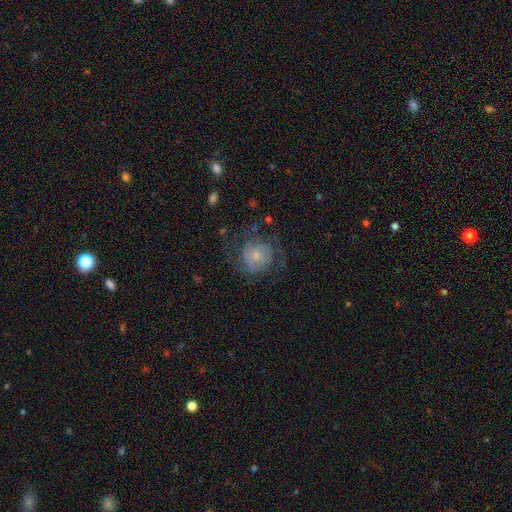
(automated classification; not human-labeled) smooth_or_featured: featured or disk (p=0.52) [alt: smooth p=0.39]
disk_edge_on: no (p=0.98) [alt: yes p=0.02]
bar: no (p=0.78) [alt: weak p=0.18]
has_spiral_arms: yes (p=0.78) [alt: no p=0.22]
bulge_size: small (p=0.63) [alt: moderate p=0.21]
merging: none (p=0.59) [alt: major disturbance p=0.21]